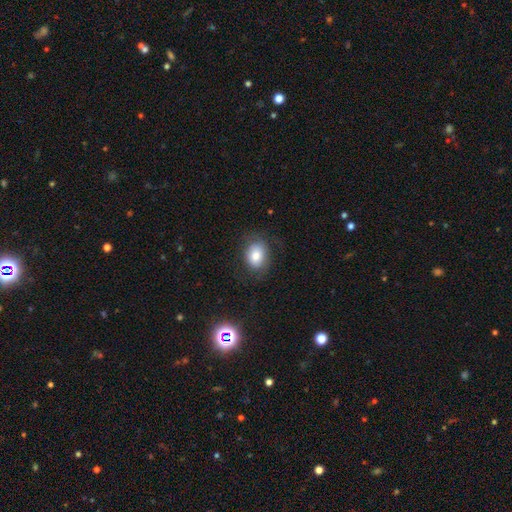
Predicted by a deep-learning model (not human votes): A smooth galaxy with no disk features (79%) that is in between round and cigar-shaped (64%).

Vote fractions:
- Smooth or featured? smooth: 79% / featured or disk: 12% / star or artifact: 9%
- How rounded? in between: 64% / round: 35% / cigar-shaped: 1%
- Merging? none: 74% / minor disturbance: 17% / major disturbance: 7% / merger: 1%